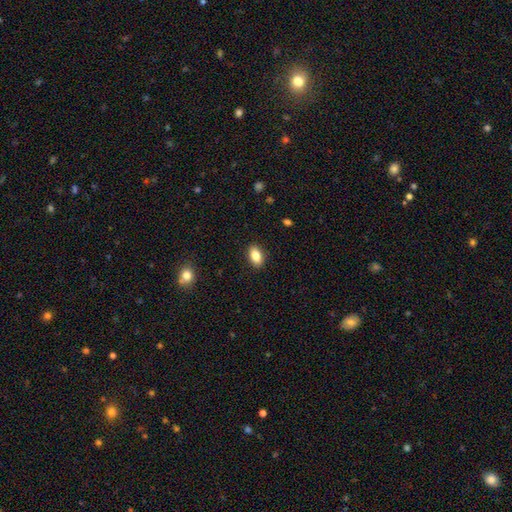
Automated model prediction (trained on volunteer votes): Smooth or featured: smooth — 84% (featured or disk — 9%)
How rounded: in between — 89% (round — 7%)
Merging: none — 89% (minor disturbance — 8%)